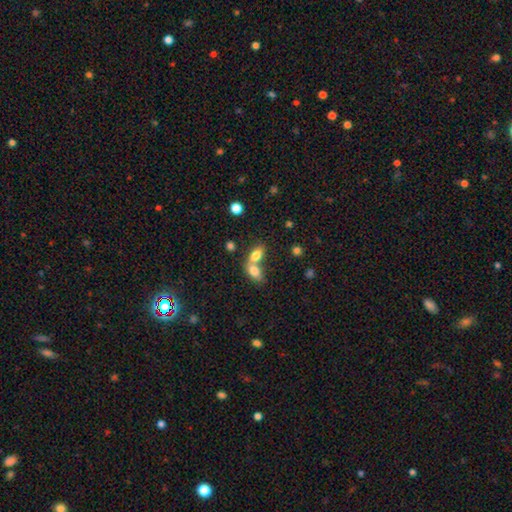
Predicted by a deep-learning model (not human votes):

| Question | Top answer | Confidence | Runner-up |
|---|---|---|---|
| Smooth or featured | smooth | 79% | featured or disk (13%) |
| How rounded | in between | 85% | round (10%) |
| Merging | merger | 68% | none (23%) |